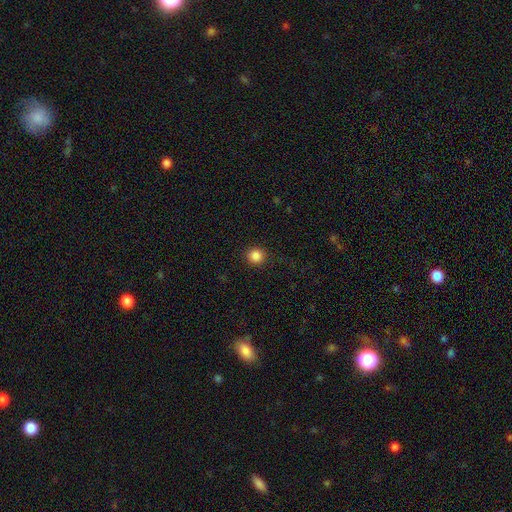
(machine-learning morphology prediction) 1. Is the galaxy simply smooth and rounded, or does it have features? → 85% smooth, 11% star or artifact, 3% featured or disk.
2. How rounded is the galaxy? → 93% round, 6% in between, 1% cigar-shaped.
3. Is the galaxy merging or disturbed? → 91% none, 6% minor disturbance, 2% major disturbance, 1% merger.